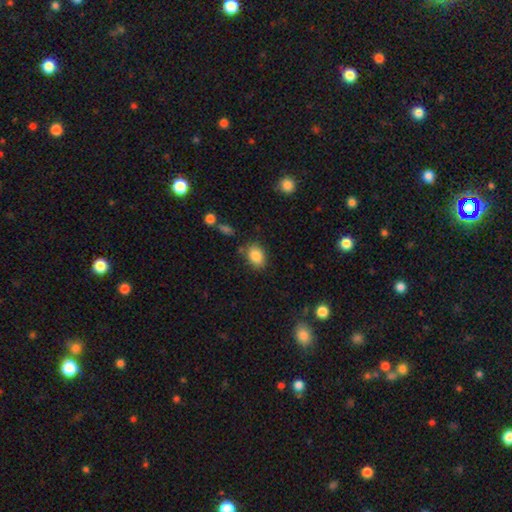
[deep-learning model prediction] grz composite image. It shows a smooth galaxy with no disk features (87%) that is in between round and cigar-shaped (73%). Merging: none (78%).